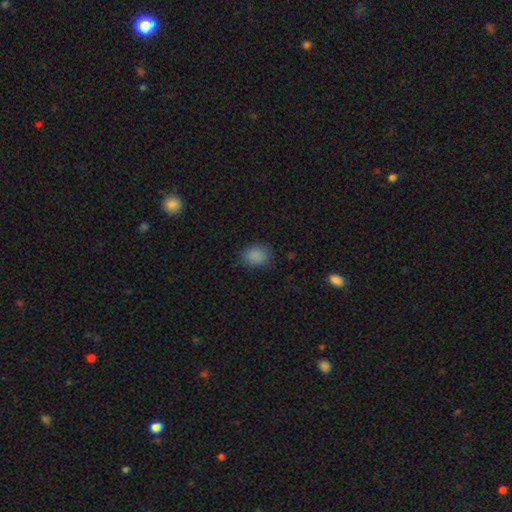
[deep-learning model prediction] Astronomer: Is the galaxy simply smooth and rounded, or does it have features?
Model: smooth — 86%.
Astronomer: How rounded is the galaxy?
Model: in between — 53% (runner-up: round, 46%).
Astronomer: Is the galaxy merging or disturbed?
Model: none — 79%.